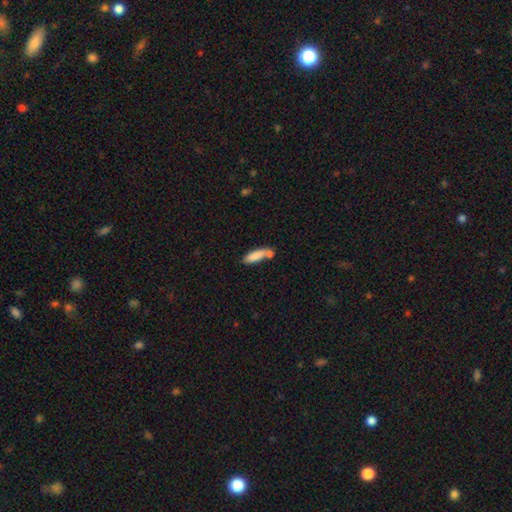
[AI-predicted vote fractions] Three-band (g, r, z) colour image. It shows a smooth galaxy with no disk features (83%) that is cigar-shaped (53%). Merging: none (47%).